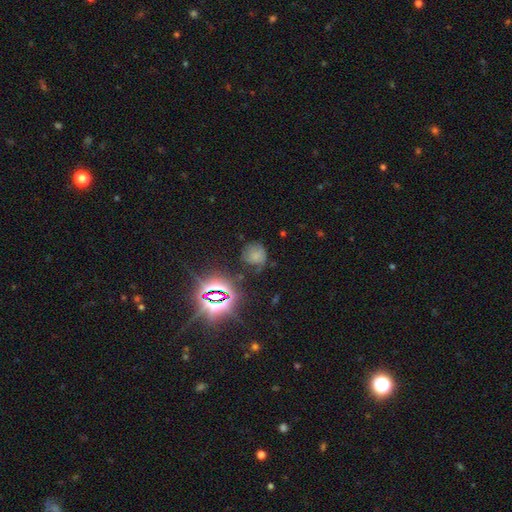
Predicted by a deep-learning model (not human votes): smooth_or_featured: smooth (p=0.54) [alt: star or artifact p=0.26]
how_rounded: round (p=0.80) [alt: in between p=0.18]
merging: none (p=0.58) [alt: minor disturbance p=0.26]